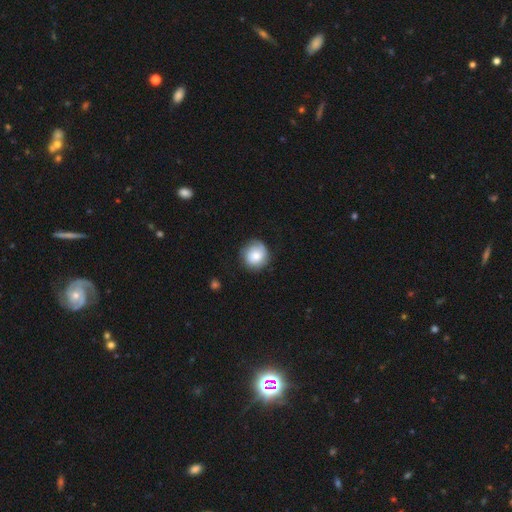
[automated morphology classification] smooth 69%, featured or disk 24%, star or artifact 7%. Down the decision tree: how rounded — round (89%); merging — none (75%).